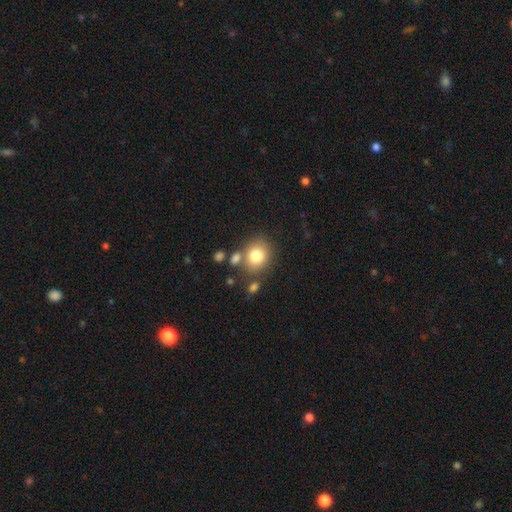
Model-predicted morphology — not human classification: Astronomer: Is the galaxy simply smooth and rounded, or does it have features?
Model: smooth — 81%.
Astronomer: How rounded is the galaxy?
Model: round — 68%.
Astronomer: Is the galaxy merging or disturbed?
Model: none — 67%.